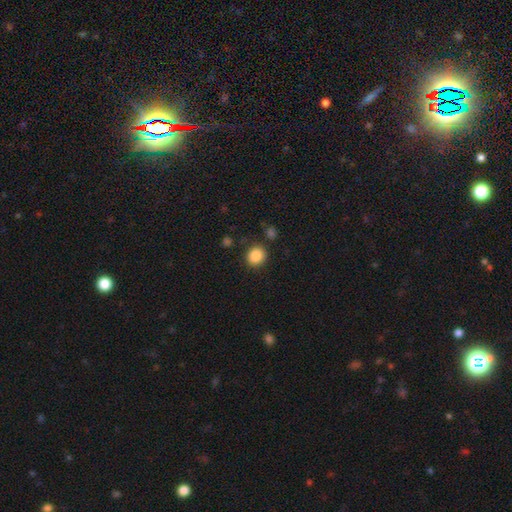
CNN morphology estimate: A smooth galaxy with no disk features (87%) that is round (78%).

Vote fractions:
- Smooth or featured? smooth: 87% / star or artifact: 9% / featured or disk: 4%
- How rounded? round: 78% / in between: 21% / cigar-shaped: 1%
- Merging? none: 86% / minor disturbance: 8% / major disturbance: 3% / merger: 3%